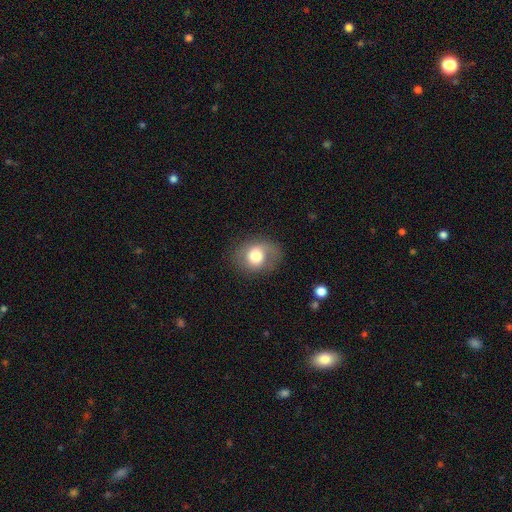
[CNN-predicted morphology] A smooth galaxy with no disk features (65%) that is round (60%). Merging: none (64%).